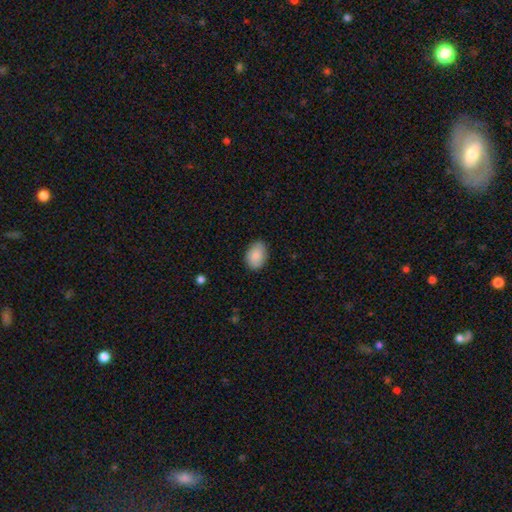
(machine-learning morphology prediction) Q: Smooth or featured?
A: smooth (87%); runner-up: star or artifact (7%)
Q: How rounded?
A: in between (79%); runner-up: round (20%)
Q: Merging?
A: none (82%); runner-up: minor disturbance (14%)